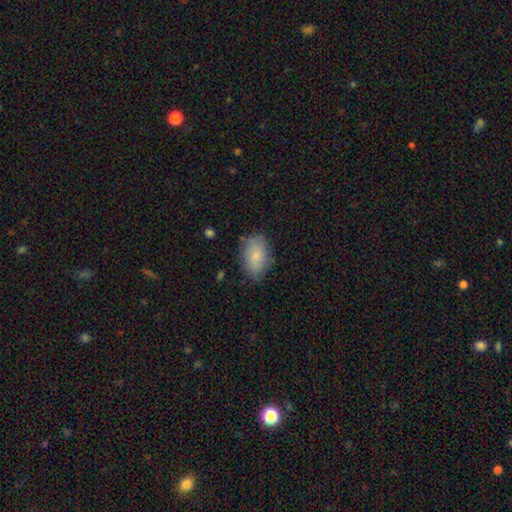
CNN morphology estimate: Smooth or featured? smooth (81%)
How rounded? in between (91%)
Merging? none (74%)